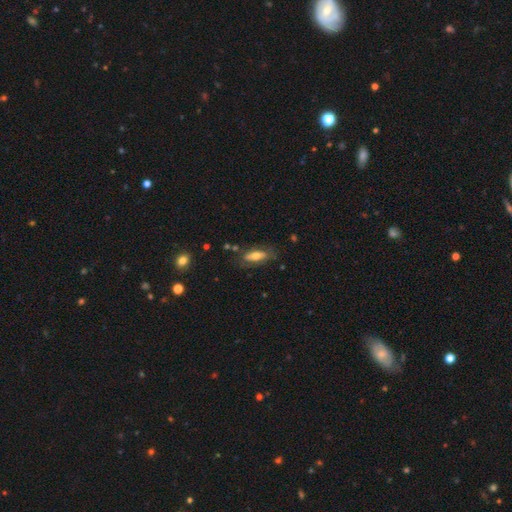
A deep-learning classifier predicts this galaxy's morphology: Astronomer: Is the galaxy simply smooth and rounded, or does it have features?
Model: smooth — 56% (runner-up: featured or disk, 36%).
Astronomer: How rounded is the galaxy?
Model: in between — 68%.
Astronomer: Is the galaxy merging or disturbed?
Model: none — 70%.